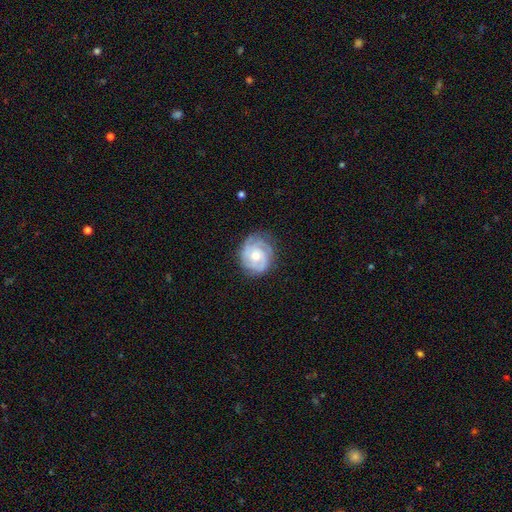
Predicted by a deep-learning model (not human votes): Smooth or featured: featured or disk — 82% (smooth — 13%)
Edge-on disk: no — 98% (yes — 2%)
Bar: no — 75% (weak — 22%)
Spiral arms: yes — 96% (no — 4%)
Spiral winding: tight — 68% (medium — 27%)
Spiral arm count: 3 — 41% (can't tell — 20%)
Bulge size: moderate — 63% (small — 31%)
Merging: none — 76% (minor disturbance — 17%)